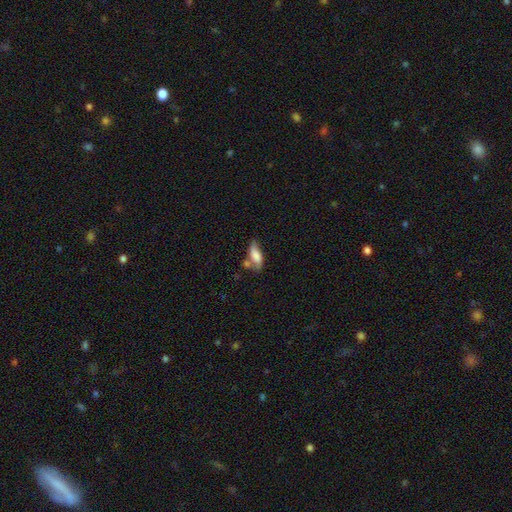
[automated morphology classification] Smooth or featured? smooth (65%)
How rounded? in between (72%)
Merging? none (41%)